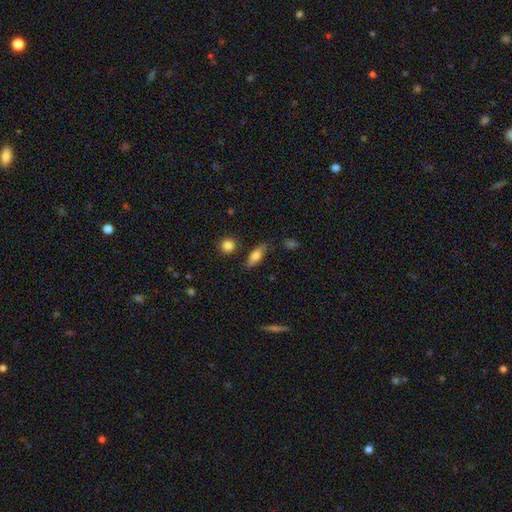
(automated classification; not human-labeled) smooth-or-featured: smooth: 69% | featured or disk: 24% | star or artifact: 7%
  how-rounded: in between: 63% | cigar-shaped: 32% | round: 5%
  merging: none: 78% | minor disturbance: 15% | major disturbance: 4% | merger: 3%